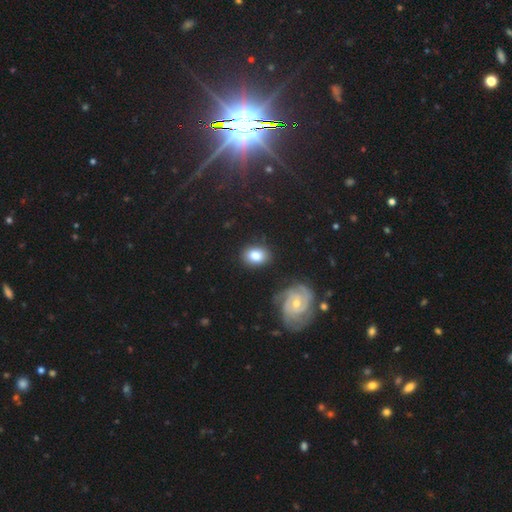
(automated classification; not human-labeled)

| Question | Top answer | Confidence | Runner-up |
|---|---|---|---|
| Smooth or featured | smooth | 80% | featured or disk (12%) |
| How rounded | in between | 63% | round (36%) |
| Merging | none | 83% | minor disturbance (11%) |